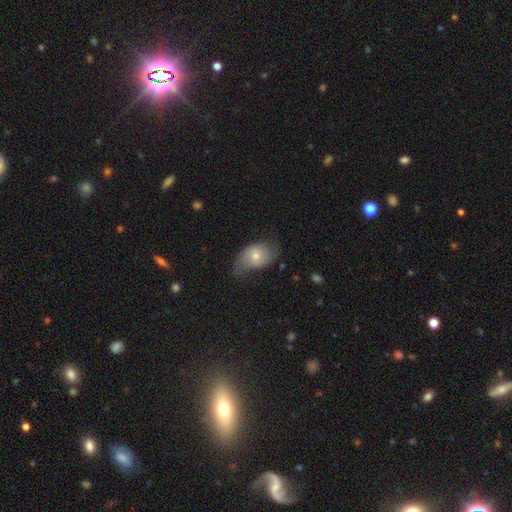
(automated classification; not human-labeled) smooth 51%, featured or disk 42%, star or artifact 7%. Down the decision tree: how rounded — in between (80%); merging — none (47%).